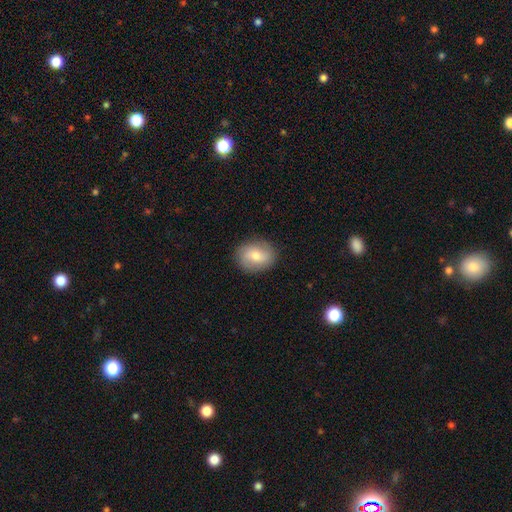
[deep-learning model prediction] Morphology: type=smooth (61%); roundness=round (55%); merging=none (86%).